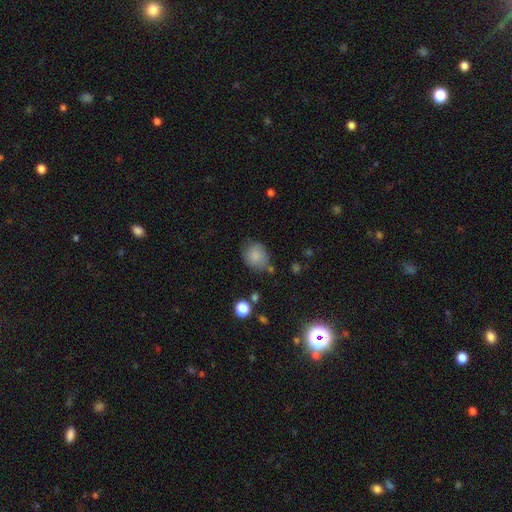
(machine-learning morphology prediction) smooth_or_featured: smooth (p=0.83) [alt: star or artifact p=0.09]
how_rounded: round (p=0.58) [alt: in between p=0.41]
merging: none (p=0.67) [alt: minor disturbance p=0.23]